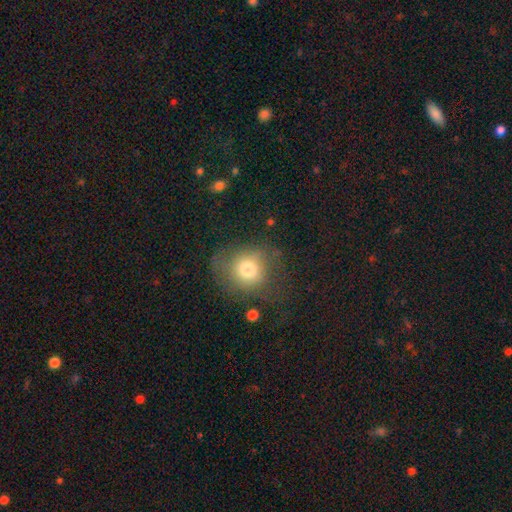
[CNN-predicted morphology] Smooth or featured?
  - smooth: 65% *
  - star or artifact: 22%
  - featured or disk: 13%
How rounded?
  - round: 80% *
  - in between: 19%
  - cigar-shaped: 1%
Merging?
  - none: 71% *
  - minor disturbance: 19%
  - major disturbance: 8%
  - merger: 2%